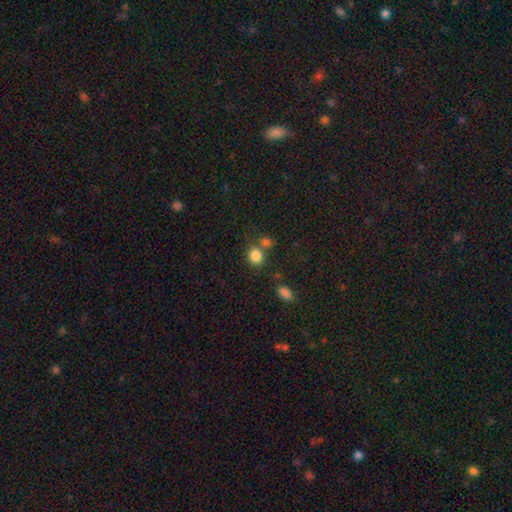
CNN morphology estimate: smooth_or_featured: smooth (p=0.83) [alt: star or artifact p=0.11]
how_rounded: round (p=0.76) [alt: in between p=0.23]
merging: none (p=0.60) [alt: merger p=0.25]